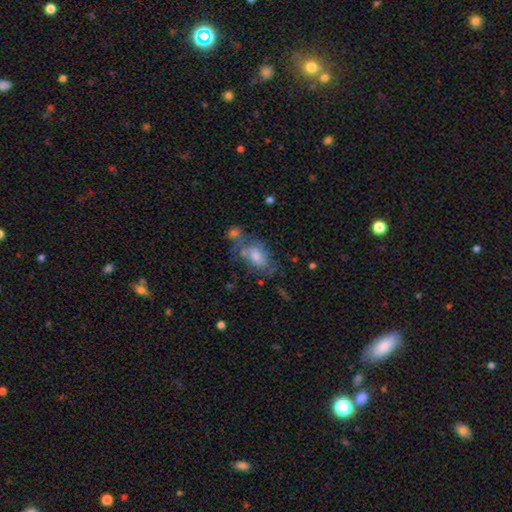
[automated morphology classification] smooth-or-featured: featured or disk: 46% | smooth: 41% | star or artifact: 12%
  merging: none: 44% | minor disturbance: 22% | merger: 18% | major disturbance: 16%